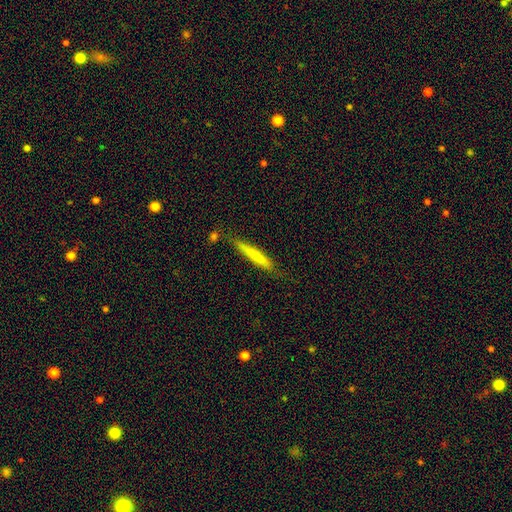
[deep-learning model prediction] Overall: smooth (69%). How rounded: cigar-shaped (95%). Merging: none (75%).